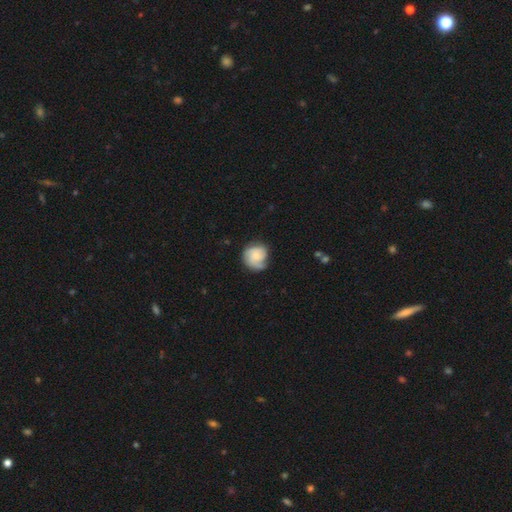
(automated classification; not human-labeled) Smooth or featured? Predicted: featured or disk (p=0.59). Edge-on disk? Predicted: no (p=0.98). Bar? Predicted: no (p=0.74). Spiral arms? Predicted: yes (p=0.92). Spiral winding? Predicted: tight (p=0.56). Spiral arm count? Predicted: 2 (p=0.28, tied with 3). Bulge size? Predicted: small (p=0.53). Merging? Predicted: none (p=0.67).